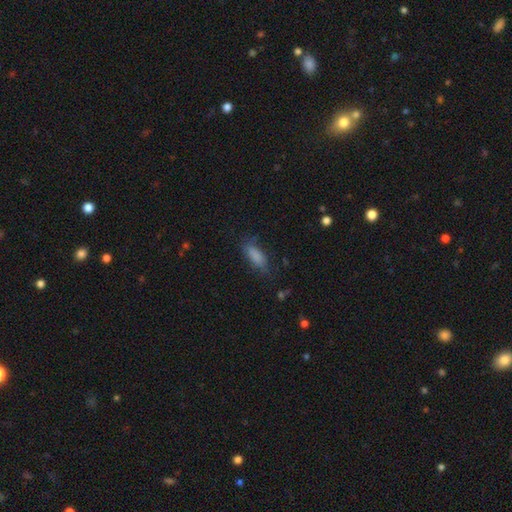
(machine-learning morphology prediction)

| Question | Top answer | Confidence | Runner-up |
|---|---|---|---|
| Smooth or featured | smooth | 84% | star or artifact (8%) |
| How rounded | in between | 72% | cigar-shaped (26%) |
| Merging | none | 73% | minor disturbance (19%) |